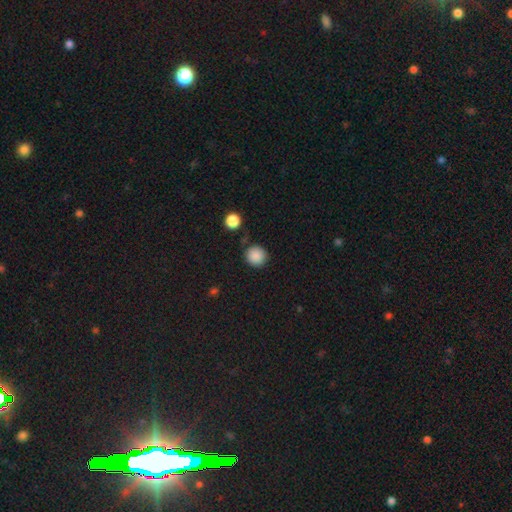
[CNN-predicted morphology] smooth-or-featured: smooth: 87% | star or artifact: 10% | featured or disk: 3%
  how-rounded: round: 92% | in between: 7% | cigar-shaped: 1%
  merging: none: 83% | minor disturbance: 10% | merger: 4% | major disturbance: 3%